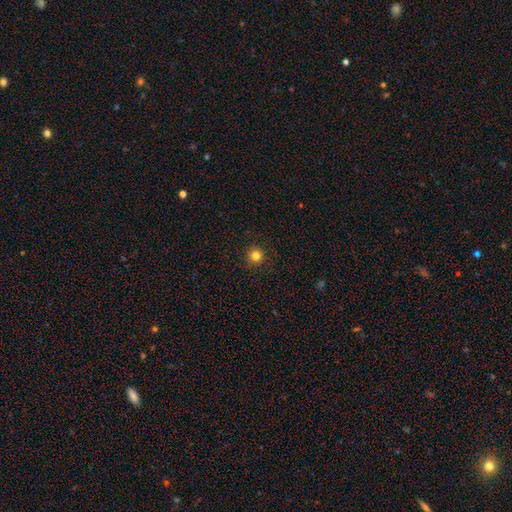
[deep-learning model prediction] The model was most divided on "smooth or featured": smooth: 82%, star or artifact: 13%, featured or disk: 5%. More confident: how rounded — round (95%); merging — none (92%).